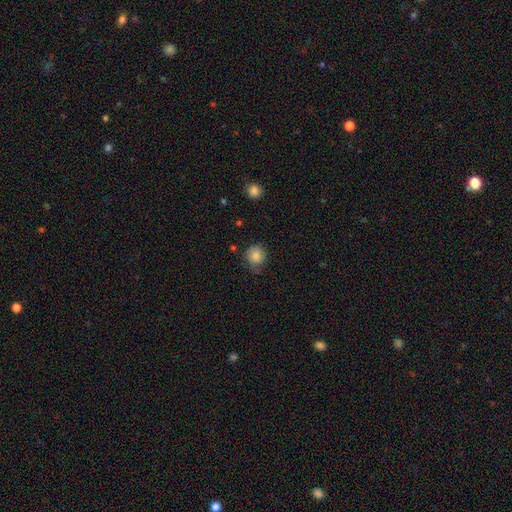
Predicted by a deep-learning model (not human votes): This appears to be a smooth galaxy with no disk features (85%) that is round (87%). Merging: none (67%).